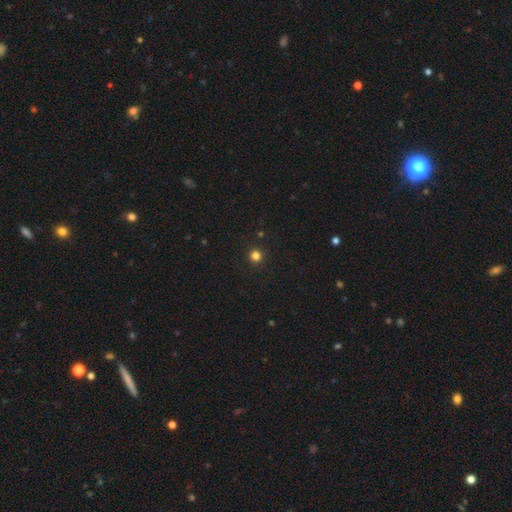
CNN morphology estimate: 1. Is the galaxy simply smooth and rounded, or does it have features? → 81% smooth, 15% star or artifact, 4% featured or disk.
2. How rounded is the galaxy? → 95% round, 4% in between, 1% cigar-shaped.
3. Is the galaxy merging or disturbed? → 93% none, 4% minor disturbance, 2% major disturbance, 1% merger.